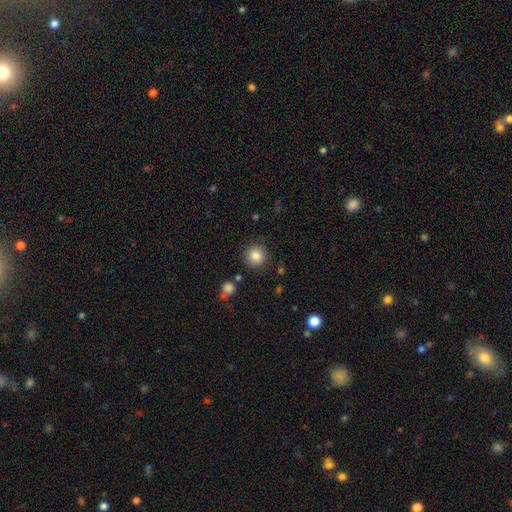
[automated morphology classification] Smooth or featured?
  - smooth: 86% *
  - star or artifact: 9%
  - featured or disk: 5%
How rounded?
  - round: 93% *
  - in between: 6%
  - cigar-shaped: 1%
Merging?
  - none: 88% *
  - minor disturbance: 7%
  - major disturbance: 3%
  - merger: 2%